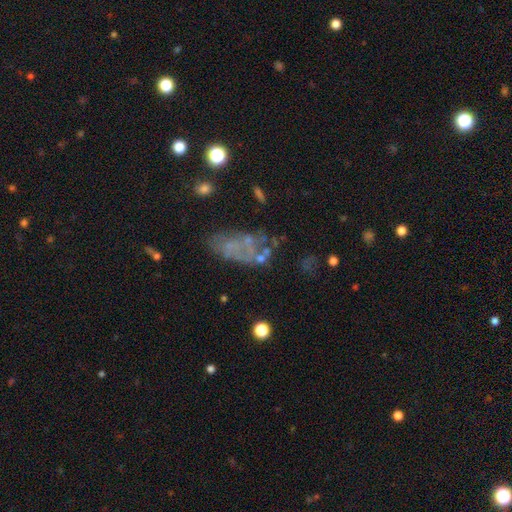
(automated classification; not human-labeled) Morphology: type=featured or disk (49%); merging=none (40%).